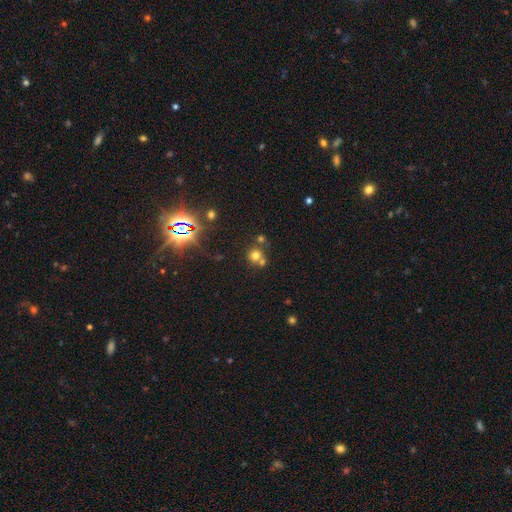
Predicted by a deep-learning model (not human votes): smooth 66%, star or artifact 22%, featured or disk 12%. Down the decision tree: how rounded — round (89%); merging — none (55%).